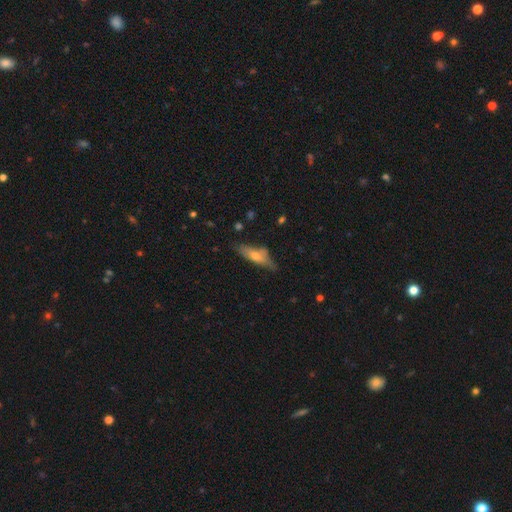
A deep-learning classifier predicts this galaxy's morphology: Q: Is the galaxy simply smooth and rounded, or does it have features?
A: smooth — 52%.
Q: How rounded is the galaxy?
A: cigar-shaped — 54%.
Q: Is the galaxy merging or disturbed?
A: none — 60%.